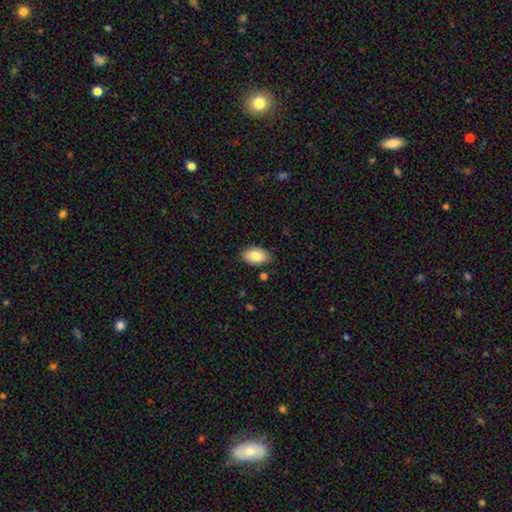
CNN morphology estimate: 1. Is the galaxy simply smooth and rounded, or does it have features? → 83% smooth, 10% featured or disk, 7% star or artifact.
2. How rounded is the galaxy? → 92% in between, 6% round, 1% cigar-shaped.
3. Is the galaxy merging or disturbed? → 85% none, 12% minor disturbance, 2% major disturbance, 2% merger.